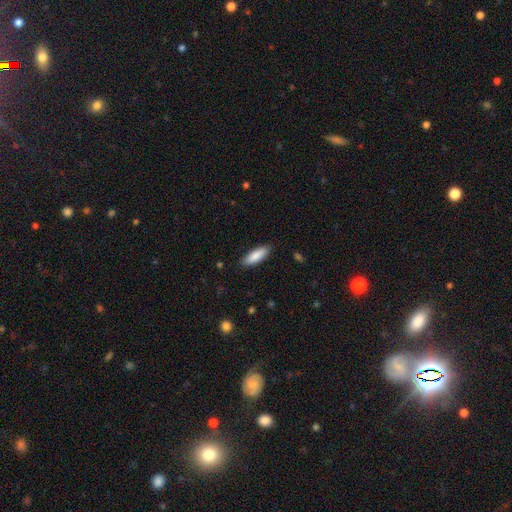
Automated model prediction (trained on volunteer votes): smooth 86%, featured or disk 8%, star or artifact 5%. Down the decision tree: how rounded — in between (58%); merging — none (87%).